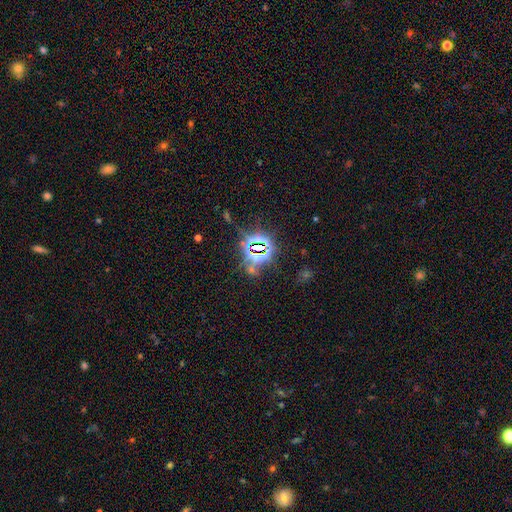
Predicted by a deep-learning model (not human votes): This is clearly a star or artifact rather than a galaxy (81%).